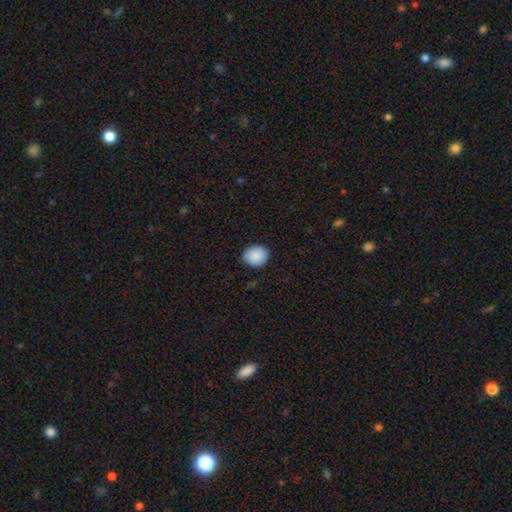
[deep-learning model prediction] Smooth or featured? Predicted: smooth (p=0.89). How rounded? Predicted: round (p=0.65). Merging? Predicted: none (p=0.84).